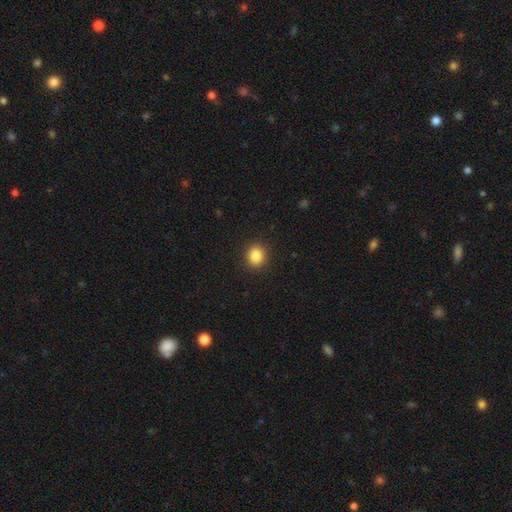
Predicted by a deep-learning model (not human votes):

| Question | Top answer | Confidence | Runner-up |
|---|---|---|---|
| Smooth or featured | smooth | 85% | star or artifact (10%) |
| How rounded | round | 78% | in between (21%) |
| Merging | none | 92% | minor disturbance (6%) |